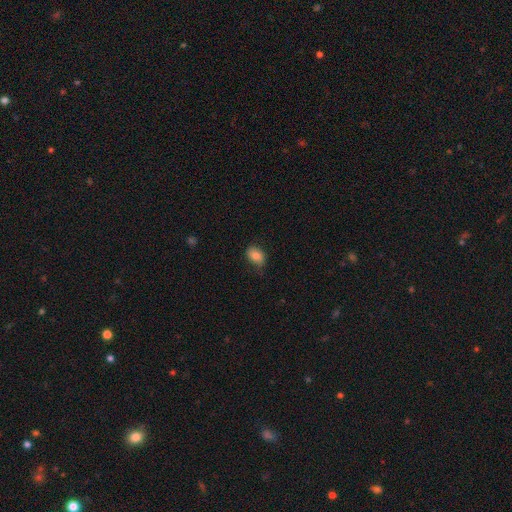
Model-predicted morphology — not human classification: A smooth galaxy with no disk features (80%) that is in between round and cigar-shaped (74%).

Vote fractions:
- Smooth or featured? smooth: 80% / featured or disk: 12% / star or artifact: 9%
- How rounded? in between: 74% / round: 25% / cigar-shaped: 1%
- Merging? none: 68% / minor disturbance: 25% / major disturbance: 6% / merger: 1%